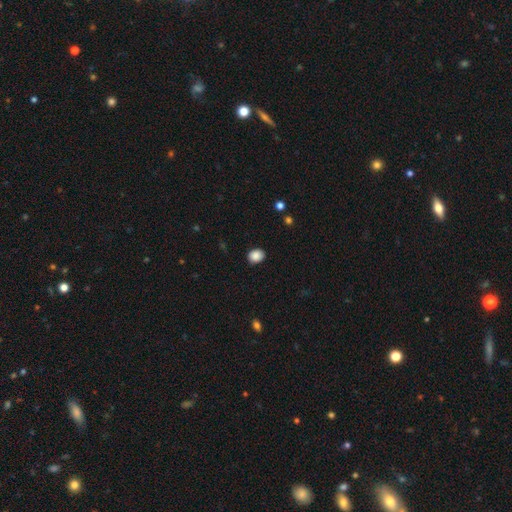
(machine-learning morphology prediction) Smooth or featured?
  - smooth: 88% *
  - star or artifact: 8%
  - featured or disk: 3%
How rounded?
  - in between: 51% *
  - round: 48%
  - cigar-shaped: 1%
Merging?
  - none: 87% *
  - minor disturbance: 10%
  - major disturbance: 2%
  - merger: 1%